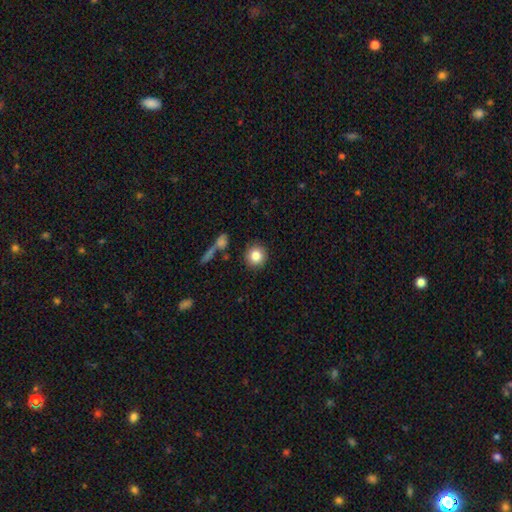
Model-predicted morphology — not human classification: Smooth or featured?
  - smooth: 84% *
  - star or artifact: 9%
  - featured or disk: 7%
How rounded?
  - round: 92% *
  - in between: 7%
  - cigar-shaped: 1%
Merging?
  - none: 86% *
  - minor disturbance: 8%
  - merger: 3%
  - major disturbance: 3%